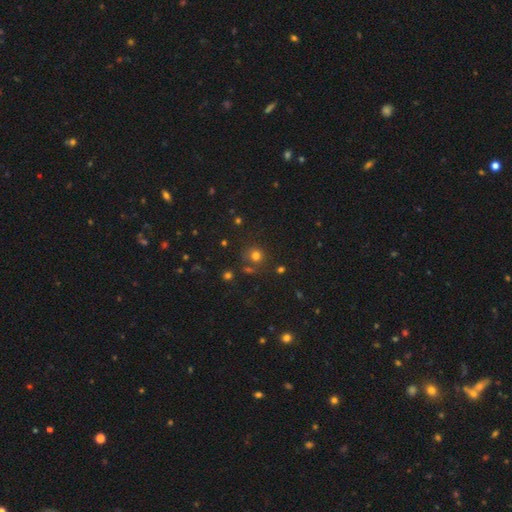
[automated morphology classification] Q: Smooth or featured?
A: smooth (72%); runner-up: star or artifact (21%)
Q: How rounded?
A: round (88%); runner-up: in between (11%)
Q: Merging?
A: none (73%); runner-up: minor disturbance (11%)